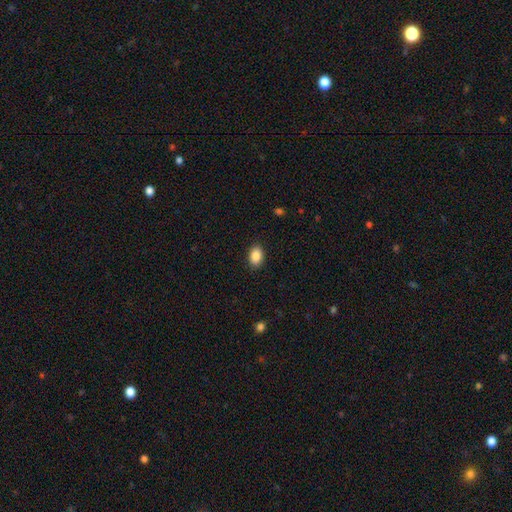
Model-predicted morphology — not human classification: Smooth or featured?
  - smooth: 88% *
  - star or artifact: 8%
  - featured or disk: 4%
How rounded?
  - in between: 84% *
  - round: 15%
  - cigar-shaped: 1%
Merging?
  - none: 90% *
  - minor disturbance: 7%
  - major disturbance: 2%
  - merger: 1%